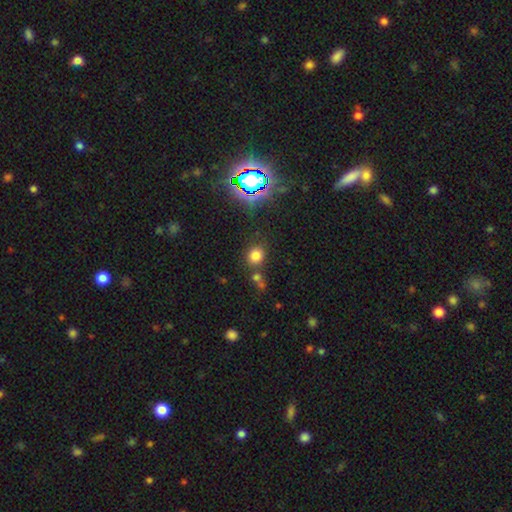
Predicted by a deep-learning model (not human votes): Q: Smooth or featured?
A: smooth (74%); runner-up: star or artifact (19%)
Q: How rounded?
A: round (76%); runner-up: in between (23%)
Q: Merging?
A: none (72%); runner-up: merger (13%)